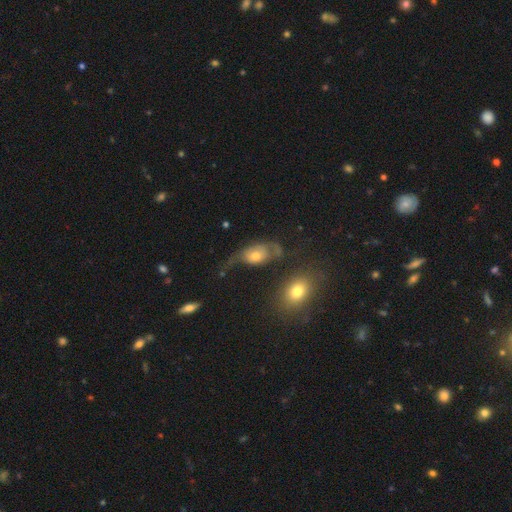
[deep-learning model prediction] Q: Smooth or featured?
A: featured or disk (50%); runner-up: smooth (39%)
Q: Merging?
A: major disturbance (39%); runner-up: none (29%)